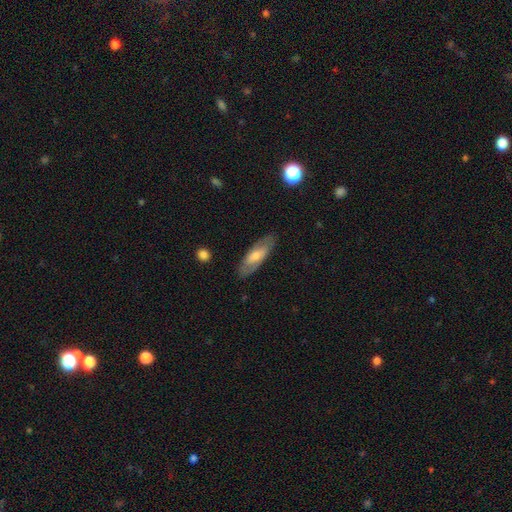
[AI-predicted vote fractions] Smooth or featured: smooth — 52% (featured or disk — 42%)
How rounded: in between — 63% (cigar-shaped — 34%)
Merging: none — 84% (minor disturbance — 12%)